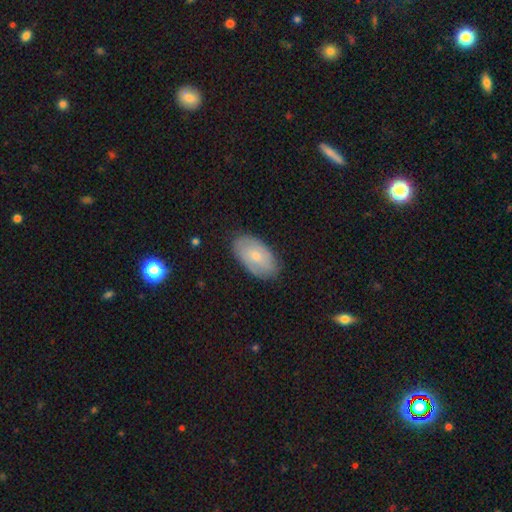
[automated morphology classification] Smooth or featured: smooth — 55% (featured or disk — 38%)
How rounded: in between — 93% (round — 5%)
Merging: none — 83% (minor disturbance — 14%)